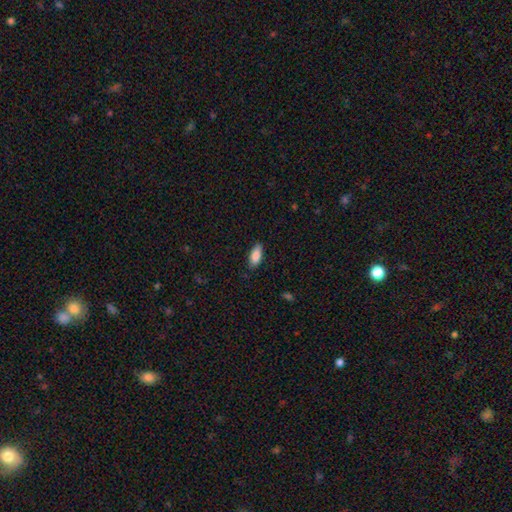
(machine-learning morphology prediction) The model was most divided on "how rounded": in between: 82%, cigar-shaped: 16%, round: 2%. More confident: smooth or featured — smooth (85%); merging — none (83%).